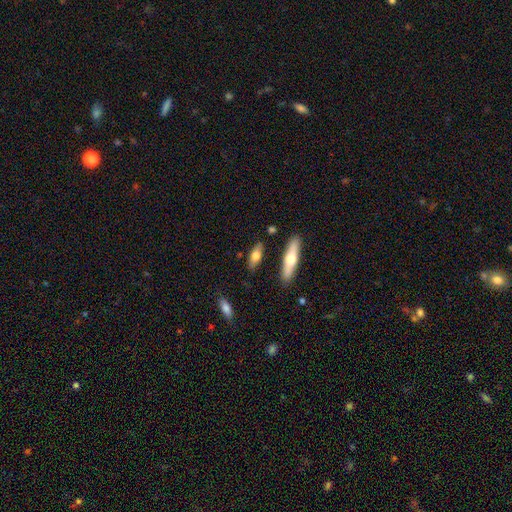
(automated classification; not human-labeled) The model was most divided on "how rounded": in between: 50%, cigar-shaped: 46%, round: 3%. More confident: merging — none (81%); smooth or featured — smooth (59%).